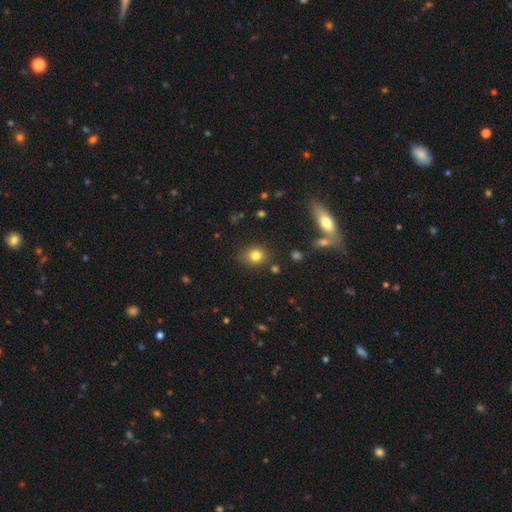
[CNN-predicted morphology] This appears to be a smooth galaxy with no disk features (80%) that is round (77%). Merging: none (83%).